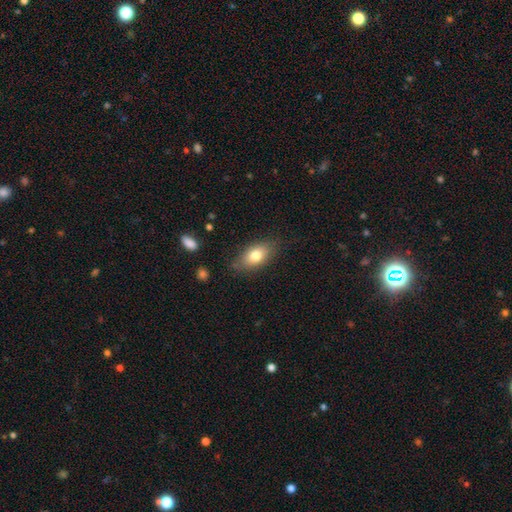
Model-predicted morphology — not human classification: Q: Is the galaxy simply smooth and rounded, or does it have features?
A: smooth — 77%.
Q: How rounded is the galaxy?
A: in between — 86%.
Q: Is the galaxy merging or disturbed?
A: none — 78%.